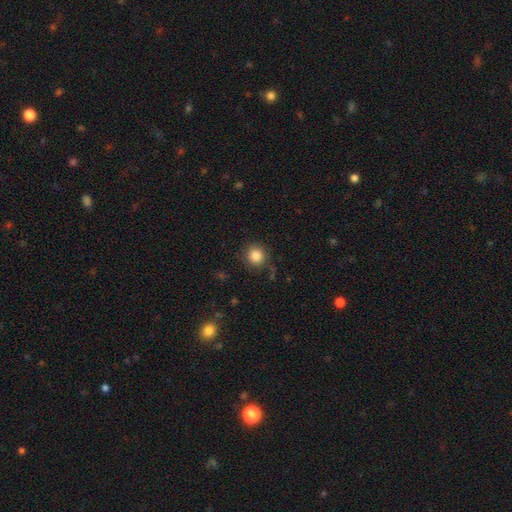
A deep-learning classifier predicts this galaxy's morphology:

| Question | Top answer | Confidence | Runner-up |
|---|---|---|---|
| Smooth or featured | smooth | 85% | star or artifact (10%) |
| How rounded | round | 90% | in between (9%) |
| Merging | none | 83% | minor disturbance (11%) |